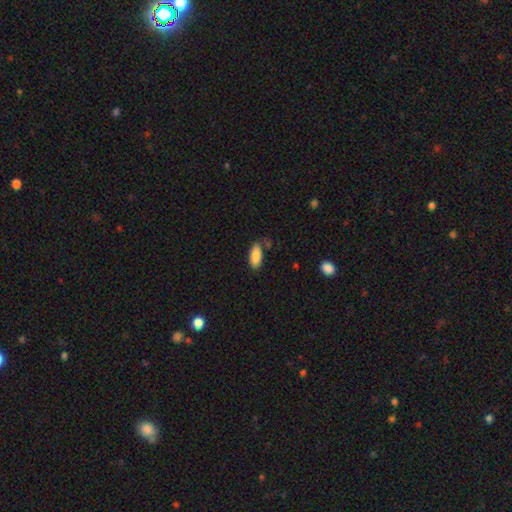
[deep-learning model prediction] smooth-or-featured: smooth: 87% | star or artifact: 7% | featured or disk: 6%
  how-rounded: in between: 86% | cigar-shaped: 12% | round: 2%
  merging: none: 73% | minor disturbance: 18% | merger: 5% | major disturbance: 4%